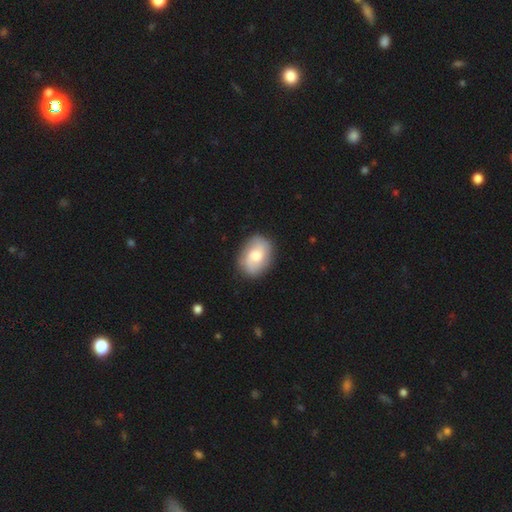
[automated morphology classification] Smooth or featured? featured or disk (48%)
Merging? none (83%)